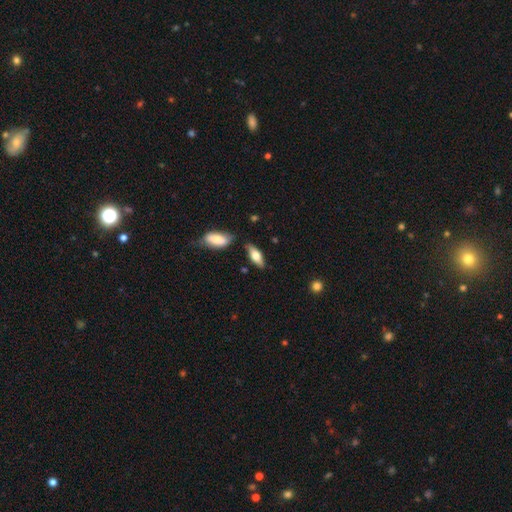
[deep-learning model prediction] Morphology: type=smooth (64%); roundness=in between (67%); merging=none (77%).